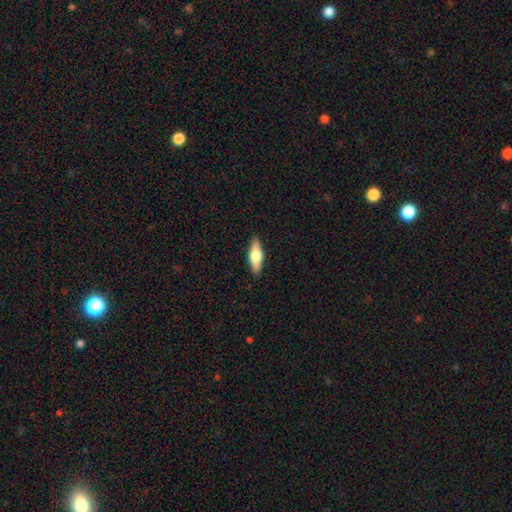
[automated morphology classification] Smooth or featured?
  - smooth: 56% *
  - featured or disk: 38%
  - star or artifact: 6%
How rounded?
  - in between: 53% *
  - cigar-shaped: 44%
  - round: 3%
Merging?
  - none: 89% *
  - minor disturbance: 8%
  - major disturbance: 2%
  - merger: 1%